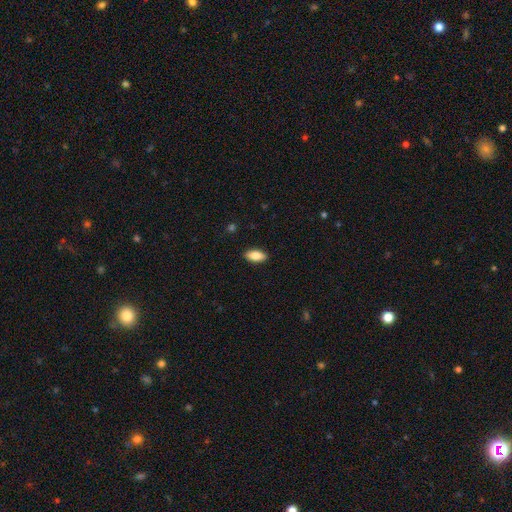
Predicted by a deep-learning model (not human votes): Smooth or featured? Predicted: smooth (p=0.83). How rounded? Predicted: in between (p=0.90). Merging? Predicted: none (p=0.90).